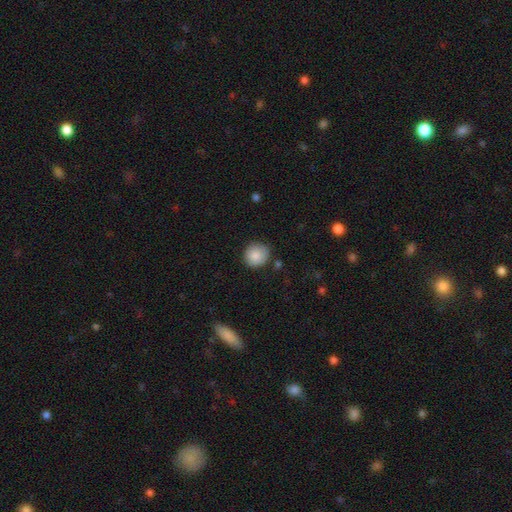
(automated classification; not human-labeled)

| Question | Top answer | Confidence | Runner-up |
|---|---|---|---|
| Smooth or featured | smooth | 86% | star or artifact (8%) |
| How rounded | round | 87% | in between (12%) |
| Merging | none | 81% | minor disturbance (14%) |